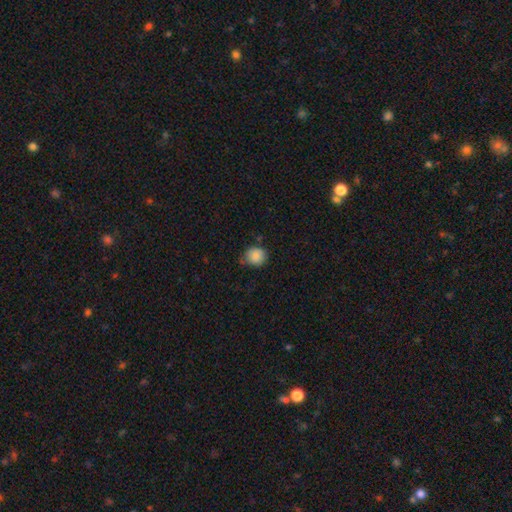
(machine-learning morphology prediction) Smooth or featured? smooth (86%)
How rounded? round (85%)
Merging? none (70%)